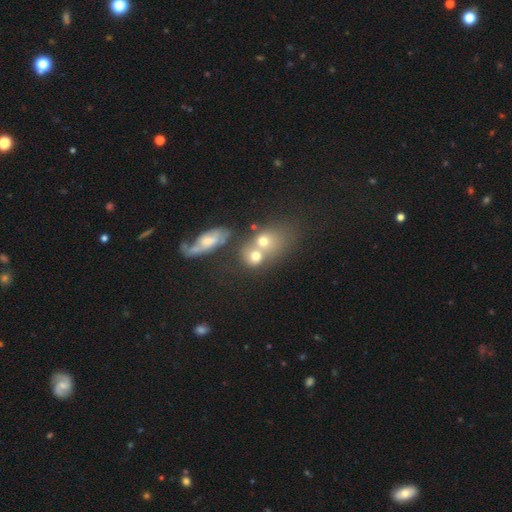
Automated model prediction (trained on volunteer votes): A smooth galaxy with no disk features (61%) that is round (60%).

Vote fractions:
- Smooth or featured? smooth: 61% / featured or disk: 25% / star or artifact: 14%
- How rounded? round: 60% / in between: 38% / cigar-shaped: 2%
- Merging? merger: 56% / none: 28% / minor disturbance: 9% / major disturbance: 7%